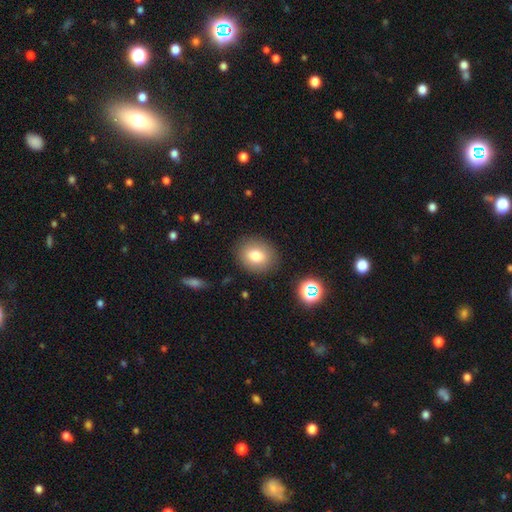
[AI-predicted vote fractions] This appears to be a smooth galaxy with no disk features (78%) that is round (61%). Merging: none (86%).